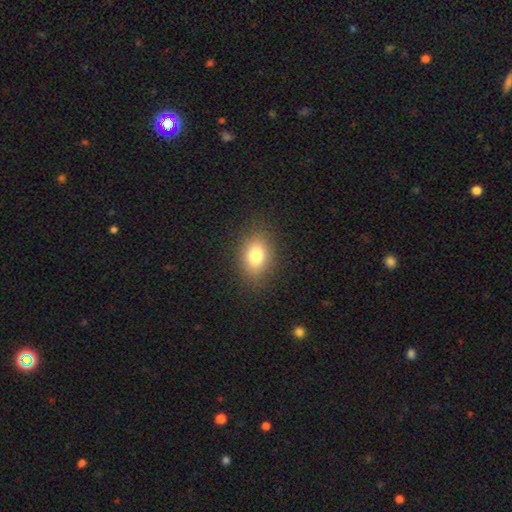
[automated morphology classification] This is likely a smooth galaxy (79%). How rounded: likely in between (69%). Merging: clearly none (86%).